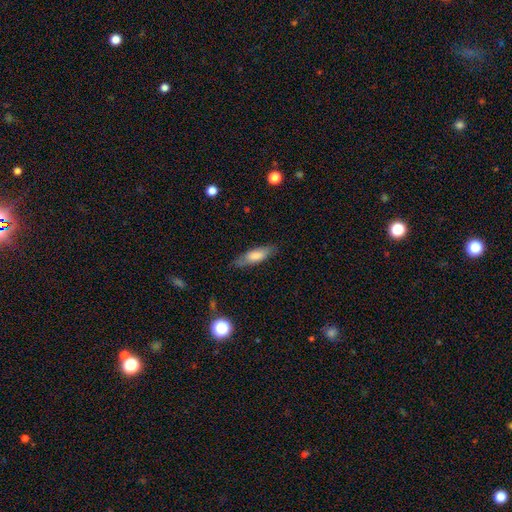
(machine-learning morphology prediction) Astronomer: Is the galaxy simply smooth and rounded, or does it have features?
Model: smooth — 73%.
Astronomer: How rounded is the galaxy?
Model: in between — 55% (runner-up: cigar-shaped, 43%).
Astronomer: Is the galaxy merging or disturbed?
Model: none — 77%.